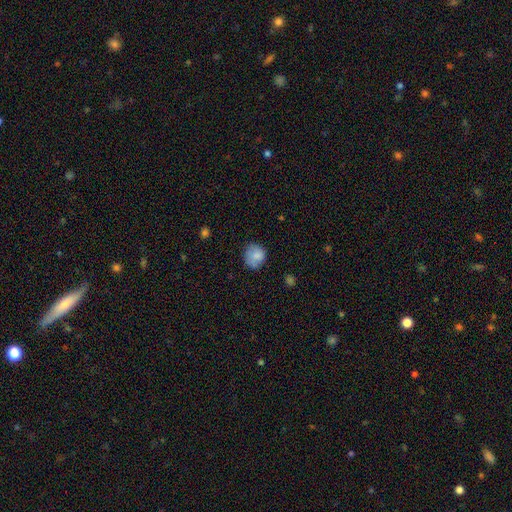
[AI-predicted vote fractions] Smooth or featured: smooth — 83% (featured or disk — 9%)
How rounded: round — 82% (in between — 17%)
Merging: none — 69% (minor disturbance — 24%)